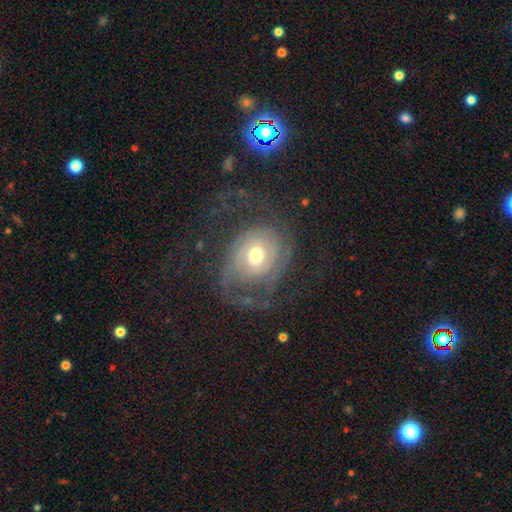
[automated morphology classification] This is likely a featured or disk galaxy (74%). It is clearly not viewed edge-on (96%). Bar: likely no (73%). Spiral arm pattern: clearly yes (82%). Spiral arm count: marginally can't tell (37%). Spiral winding: possibly tight (55%). Central bulge: likely moderate (68%). Merging: possibly none (56%).